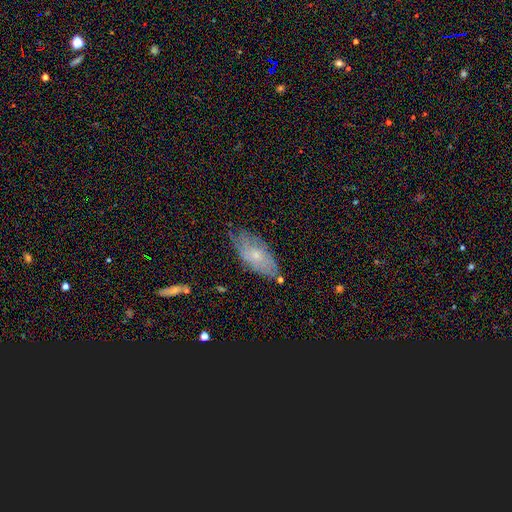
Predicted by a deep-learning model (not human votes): Smooth or featured: smooth — 46% (featured or disk — 45%)
Merging: none — 67% (minor disturbance — 25%)